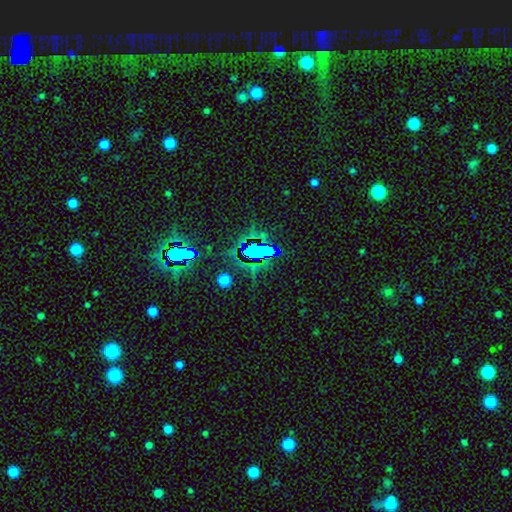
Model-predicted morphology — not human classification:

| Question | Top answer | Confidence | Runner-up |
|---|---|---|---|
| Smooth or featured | star or artifact | 63% | smooth (23%) |